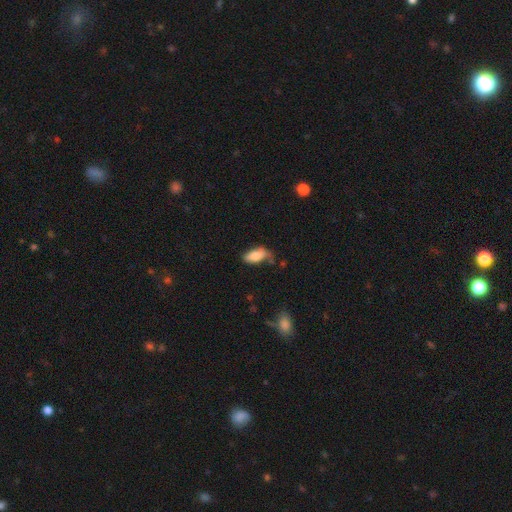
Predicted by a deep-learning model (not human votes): This is clearly a smooth galaxy (80%). How rounded: clearly in between (88%). Merging: possibly none (47%).